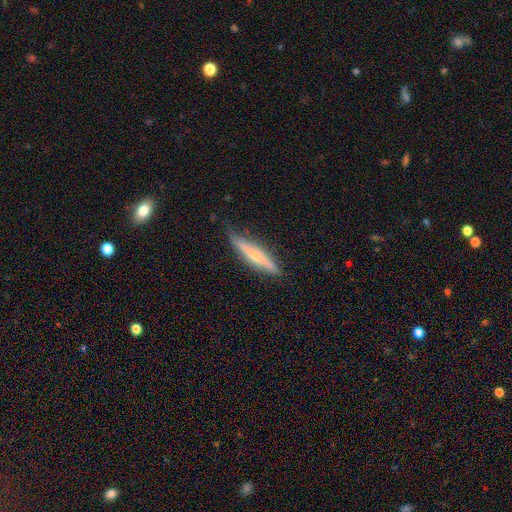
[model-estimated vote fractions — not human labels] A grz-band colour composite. It shows a featured or disk galaxy (53%) viewed edge-on (90%). Merging: none (73%).